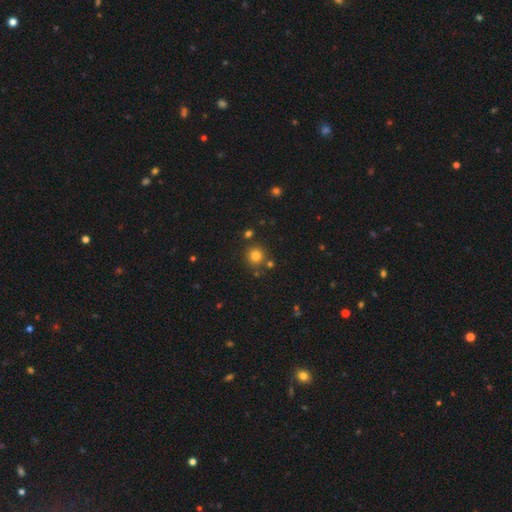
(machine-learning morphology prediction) Smooth or featured?
  - smooth: 80% *
  - star or artifact: 14%
  - featured or disk: 6%
How rounded?
  - round: 93% *
  - in between: 6%
  - cigar-shaped: 1%
Merging?
  - none: 81% *
  - merger: 8%
  - minor disturbance: 8%
  - major disturbance: 3%